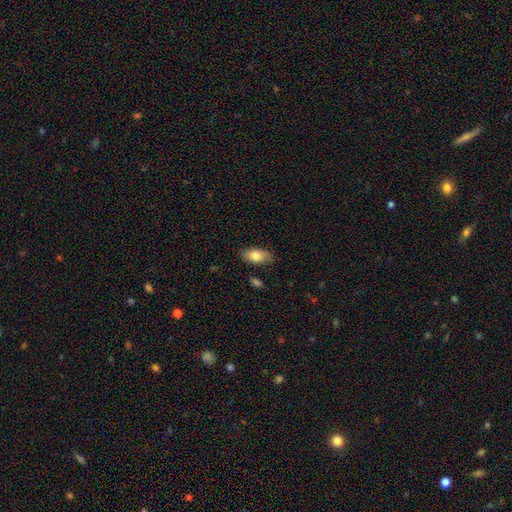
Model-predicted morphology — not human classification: smooth 79%, featured or disk 14%, star or artifact 7%. Down the decision tree: how rounded — in between (92%); merging — none (82%).